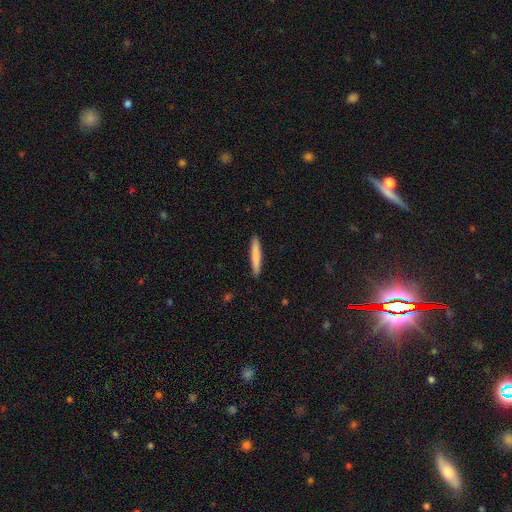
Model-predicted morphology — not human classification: A smooth galaxy with no disk features (83%) that is cigar-shaped (94%). Merging: none (92%).